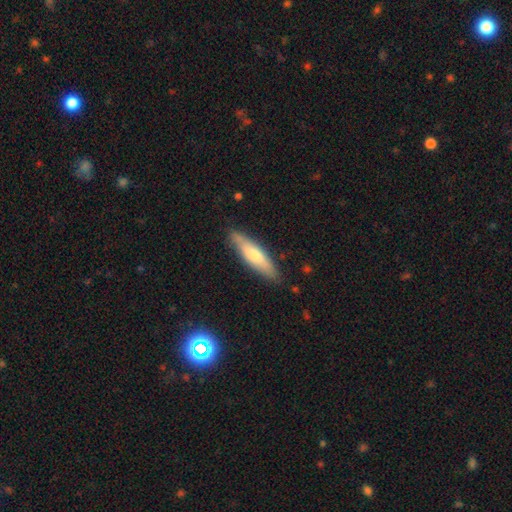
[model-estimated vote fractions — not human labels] Smooth or featured? Predicted: smooth (p=0.68). How rounded? Predicted: cigar-shaped (p=0.67). Merging? Predicted: none (p=0.83).